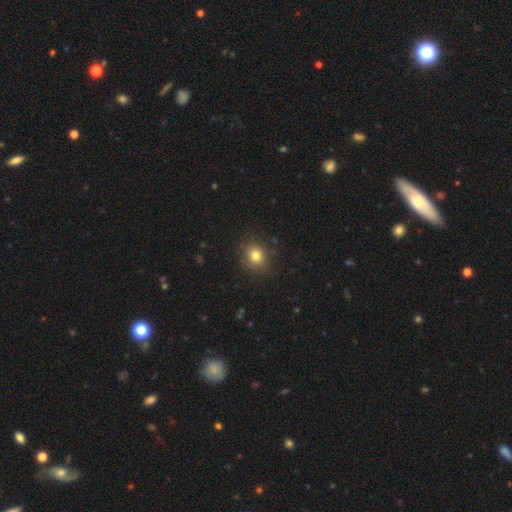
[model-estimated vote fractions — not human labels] smooth_or_featured: smooth (p=0.80) [alt: star or artifact p=0.13]
how_rounded: round (p=0.81) [alt: in between p=0.18]
merging: none (p=0.85) [alt: minor disturbance p=0.10]